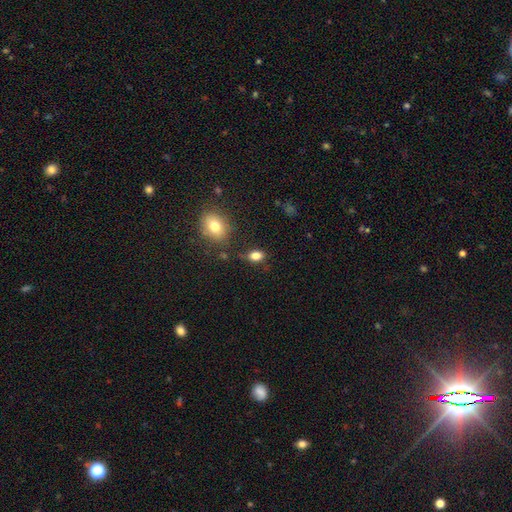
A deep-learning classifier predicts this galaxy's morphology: The model was most divided on "merging": none: 74%, minor disturbance: 17%, major disturbance: 5%, merger: 5%. More confident: smooth or featured — smooth (83%); how rounded — in between (79%).